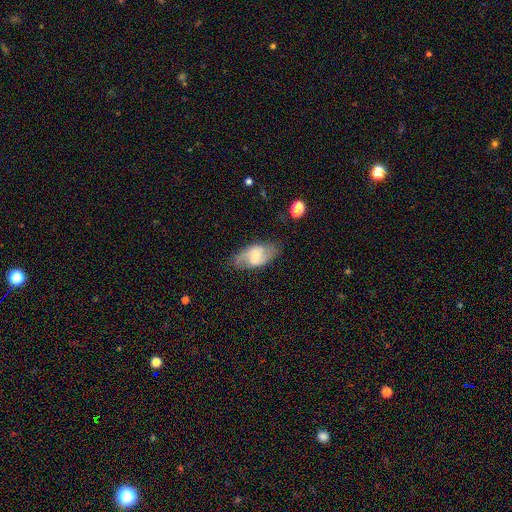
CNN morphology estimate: Smooth or featured? Predicted: featured or disk (p=0.69). Edge-on disk? Predicted: no (p=0.95). Bar? Predicted: weak (p=0.51). Spiral arms? Predicted: yes (p=0.91). Spiral winding? Predicted: medium (p=0.45). Spiral arm count? Predicted: 2 (p=0.86). Bulge size? Predicted: small (p=0.53). Merging? Predicted: none (p=0.73).